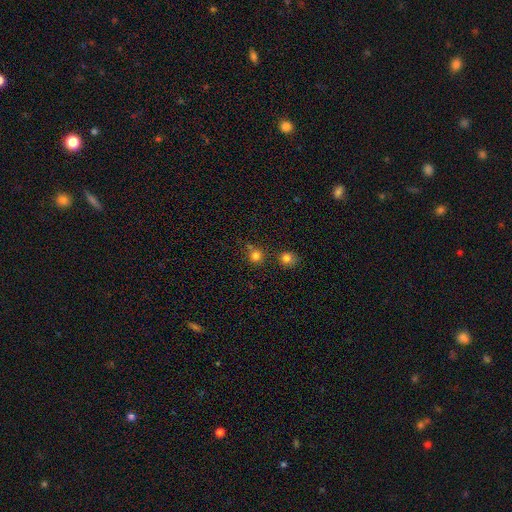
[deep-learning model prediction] Q: Smooth or featured?
A: smooth (78%); runner-up: star or artifact (15%)
Q: How rounded?
A: round (91%); runner-up: in between (8%)
Q: Merging?
A: none (69%); runner-up: merger (17%)